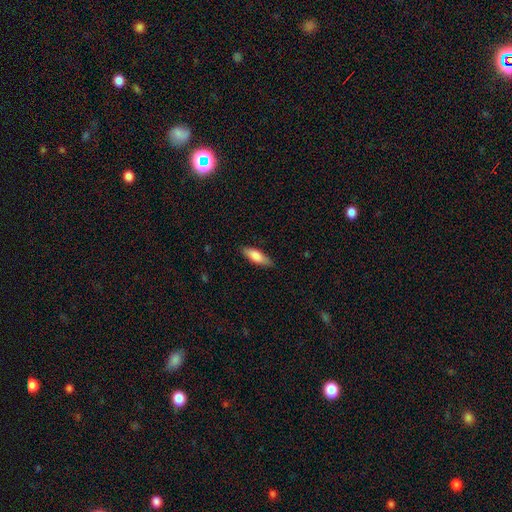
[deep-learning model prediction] Smooth or featured? Predicted: smooth (p=0.79). How rounded? Predicted: in between (p=0.57). Merging? Predicted: none (p=0.84).